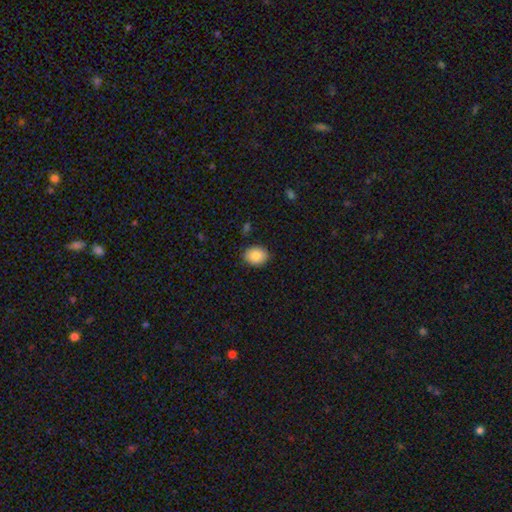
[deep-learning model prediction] A smooth galaxy with no disk features (87%) that is in between round and cigar-shaped (53%).

Vote fractions:
- Smooth or featured? smooth: 87% / star or artifact: 8% / featured or disk: 6%
- How rounded? in between: 53% / round: 46% / cigar-shaped: 1%
- Merging? none: 88% / minor disturbance: 9% / major disturbance: 2% / merger: 1%